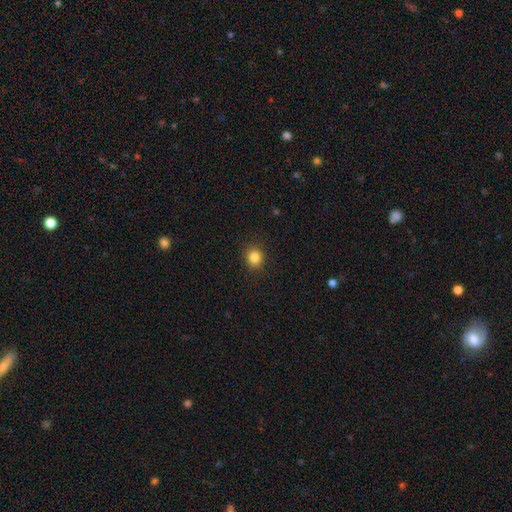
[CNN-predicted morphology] smooth-or-featured: smooth: 82% | star or artifact: 13% | featured or disk: 5%
  how-rounded: round: 75% | in between: 24% | cigar-shaped: 1%
  merging: none: 91% | minor disturbance: 6% | major disturbance: 2% | merger: 1%